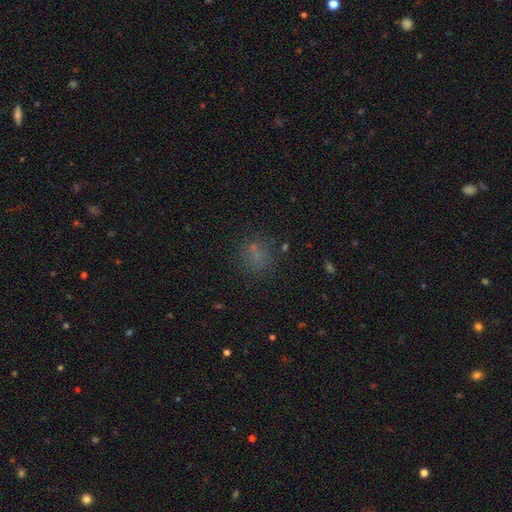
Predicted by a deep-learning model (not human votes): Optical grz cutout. It shows a smooth galaxy with no disk features (63%) that is round (74%). Merging: none (80%).